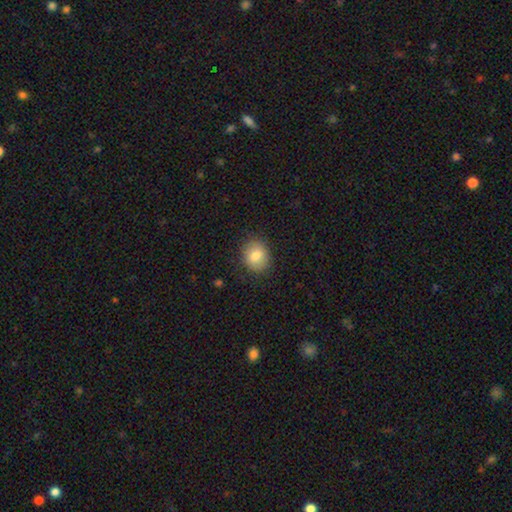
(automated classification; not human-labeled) Q: Smooth or featured?
A: smooth (81%); runner-up: featured or disk (10%)
Q: How rounded?
A: round (65%); runner-up: in between (34%)
Q: Merging?
A: none (85%); runner-up: minor disturbance (11%)